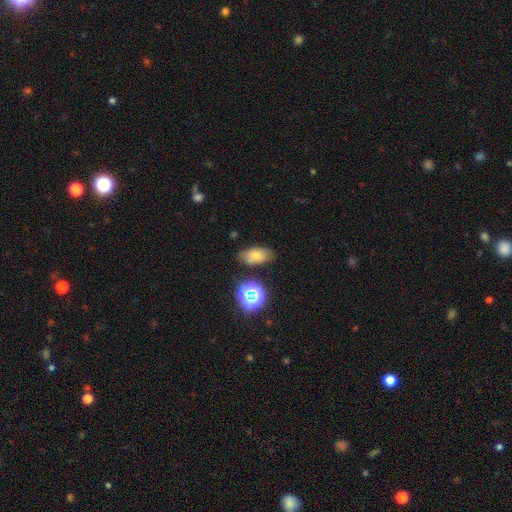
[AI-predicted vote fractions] This appears to be a smooth galaxy with no disk features (65%) that is in between round and cigar-shaped (83%). Merging: none (78%).